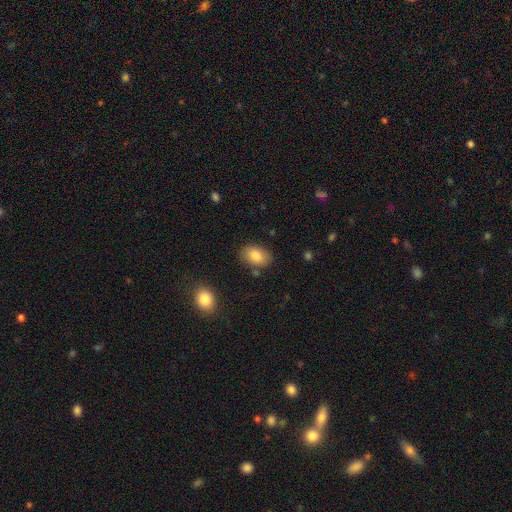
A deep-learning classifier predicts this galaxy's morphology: A smooth galaxy with no disk features (82%) that is in between round and cigar-shaped (86%).

Vote fractions:
- Smooth or featured? smooth: 82% / featured or disk: 10% / star or artifact: 7%
- How rounded? in between: 86% / round: 13% / cigar-shaped: 1%
- Merging? none: 82% / minor disturbance: 12% / merger: 3% / major disturbance: 3%